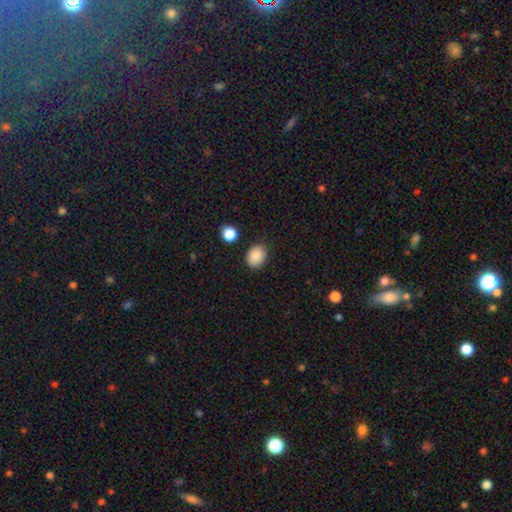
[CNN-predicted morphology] Smooth or featured: smooth — 88% (star or artifact — 9%)
How rounded: in between — 58% (round — 41%)
Merging: none — 83% (minor disturbance — 12%)